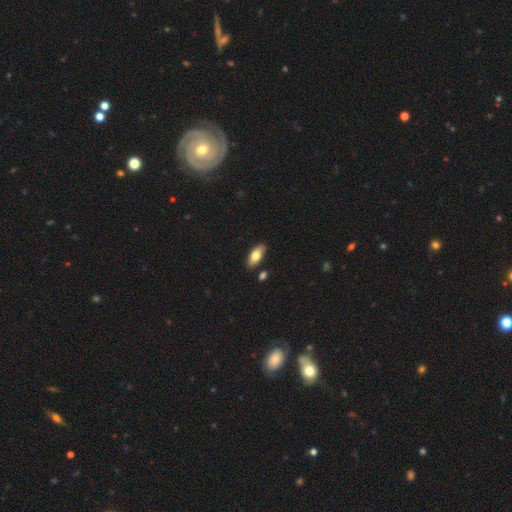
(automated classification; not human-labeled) Smooth or featured? smooth (75%)
How rounded? in between (87%)
Merging? none (85%)